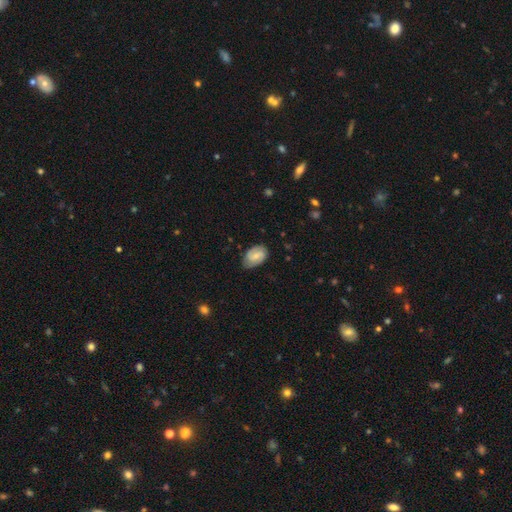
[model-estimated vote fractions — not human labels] Smooth or featured: featured or disk — 51% (smooth — 42%)
Edge-on disk: no — 97% (yes — 3%)
Merging: none — 72% (minor disturbance — 23%)